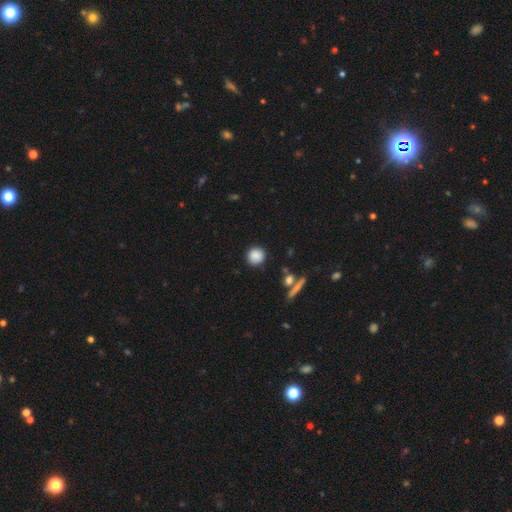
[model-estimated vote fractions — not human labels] Smooth or featured? Predicted: smooth (p=0.87). How rounded? Predicted: round (p=0.91). Merging? Predicted: none (p=0.88).